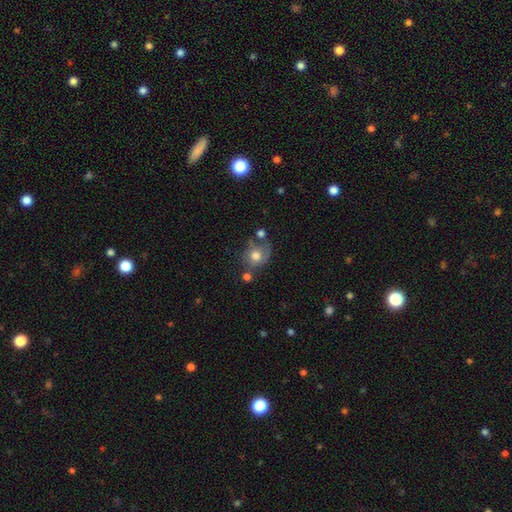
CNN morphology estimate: Smooth or featured: smooth — 68% (featured or disk — 23%)
How rounded: round — 67% (in between — 32%)
Merging: none — 43% (minor disturbance — 24%)